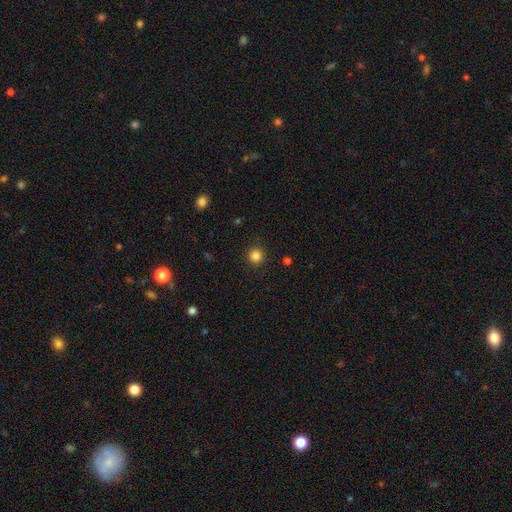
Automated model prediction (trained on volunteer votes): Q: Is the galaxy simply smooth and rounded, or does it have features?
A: smooth — 84%.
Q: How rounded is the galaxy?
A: round — 95%.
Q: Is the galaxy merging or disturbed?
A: none — 91%.